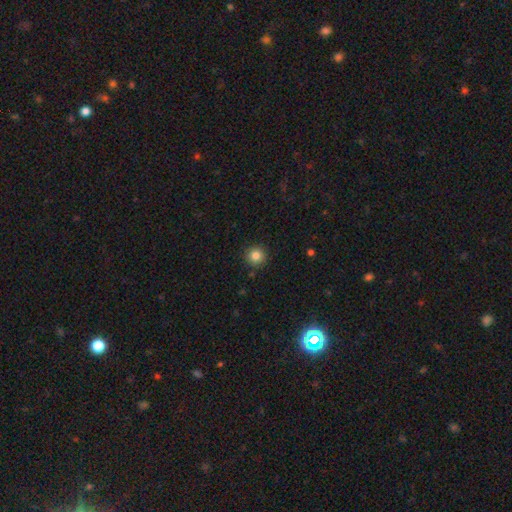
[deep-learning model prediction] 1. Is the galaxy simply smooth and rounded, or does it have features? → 83% smooth, 11% star or artifact, 5% featured or disk.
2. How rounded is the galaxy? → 95% round, 4% in between, 1% cigar-shaped.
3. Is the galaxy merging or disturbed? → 91% none, 6% minor disturbance, 2% major disturbance, 1% merger.